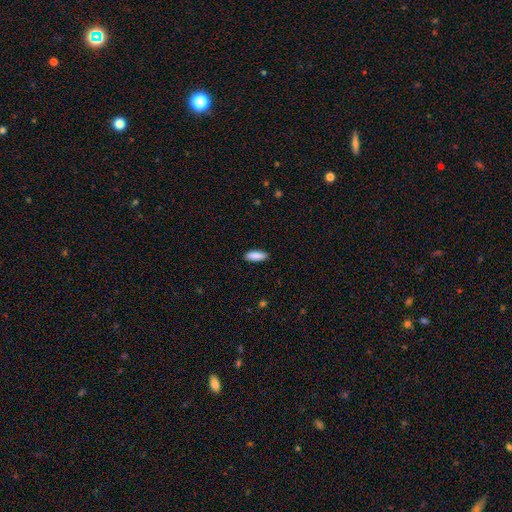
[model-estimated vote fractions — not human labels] Smooth or featured? smooth (89%)
How rounded? in between (65%)
Merging? none (89%)